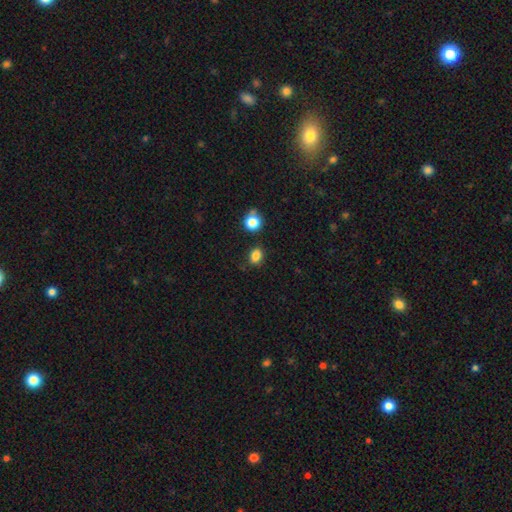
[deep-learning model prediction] Morphology: type=smooth (83%); roundness=in between (61%); merging=none (78%).